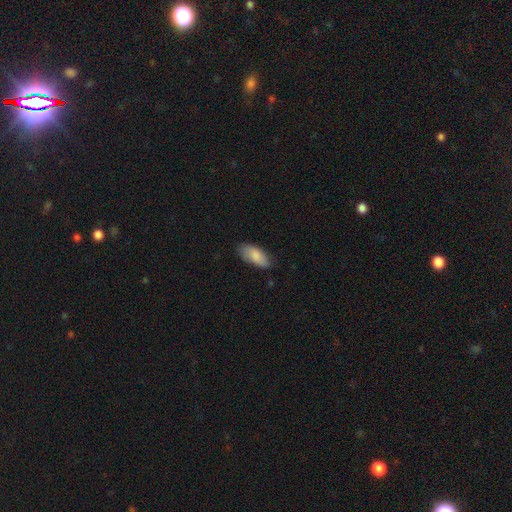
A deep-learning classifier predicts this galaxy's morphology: Overall: smooth (83%). How rounded: in between (87%). Merging: none (75%).